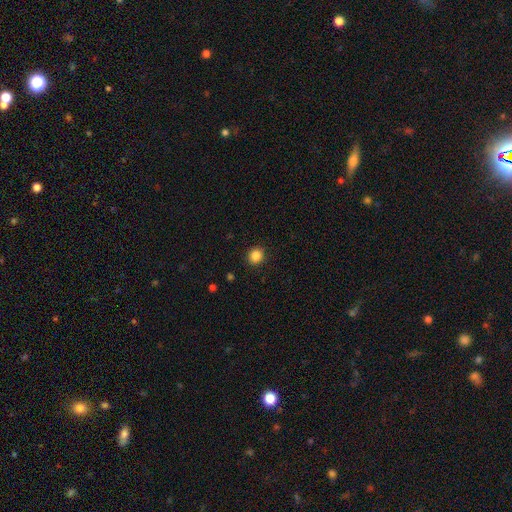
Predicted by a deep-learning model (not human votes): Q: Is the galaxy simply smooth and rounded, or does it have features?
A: smooth — 86%.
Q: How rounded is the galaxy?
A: round — 85%.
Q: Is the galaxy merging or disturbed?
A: none — 90%.